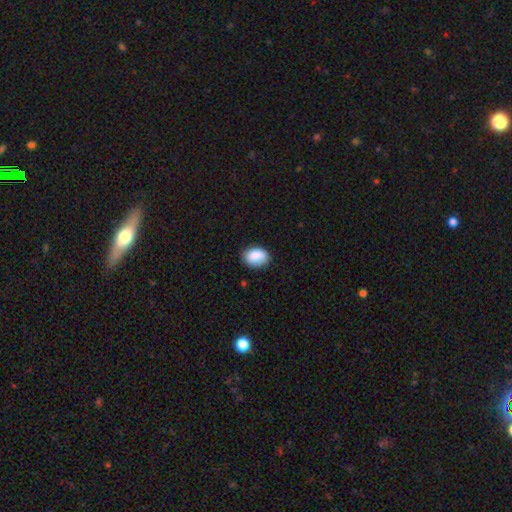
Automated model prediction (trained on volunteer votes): Morphology: type=smooth (87%); roundness=in between (76%); merging=none (79%).